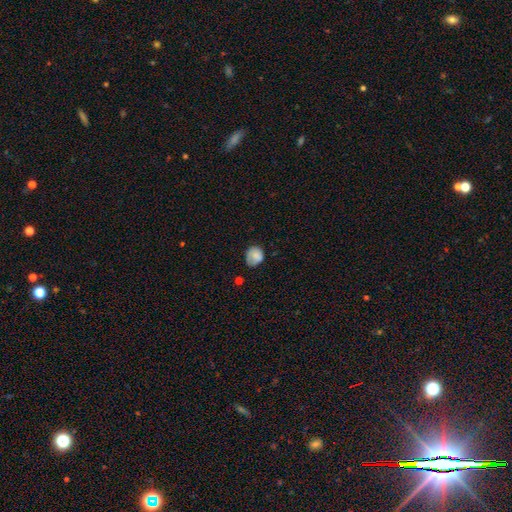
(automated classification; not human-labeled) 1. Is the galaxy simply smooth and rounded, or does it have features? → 78% smooth, 13% featured or disk, 9% star or artifact.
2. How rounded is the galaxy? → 66% round, 33% in between, 1% cigar-shaped.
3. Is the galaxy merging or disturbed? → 48% none, 35% minor disturbance, 13% major disturbance, 3% merger.